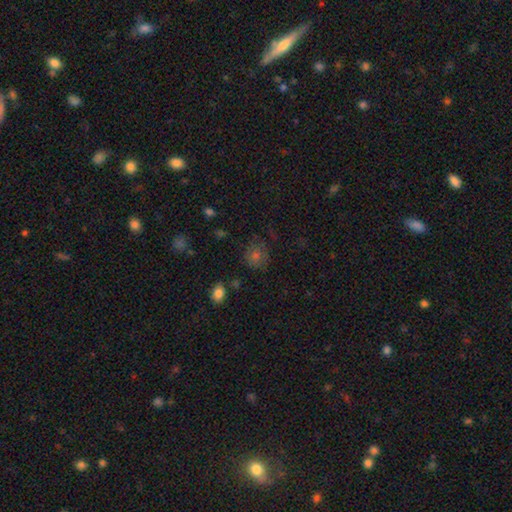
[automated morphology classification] A smooth galaxy with no disk features (67%) that is round (83%).

Vote fractions:
- Smooth or featured? smooth: 67% / star or artifact: 21% / featured or disk: 12%
- How rounded? round: 83% / in between: 16% / cigar-shaped: 1%
- Merging? none: 72% / minor disturbance: 18% / major disturbance: 7% / merger: 3%